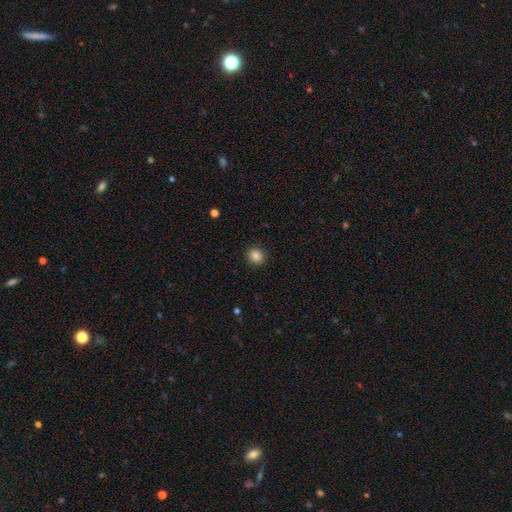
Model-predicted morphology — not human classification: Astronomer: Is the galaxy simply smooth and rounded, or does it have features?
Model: smooth — 85%.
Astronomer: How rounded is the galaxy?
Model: round — 81%.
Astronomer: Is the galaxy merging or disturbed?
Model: none — 90%.